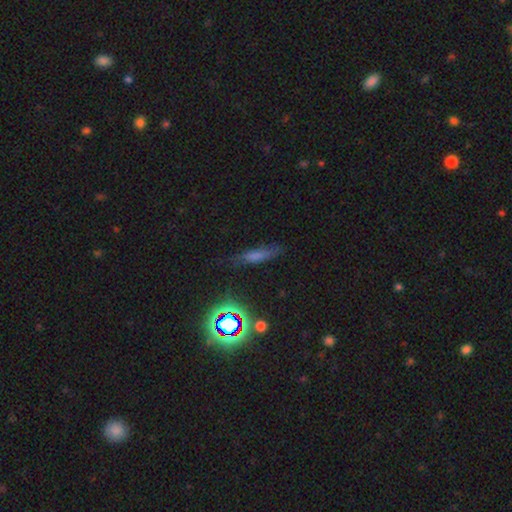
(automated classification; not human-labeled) Overall: smooth (47%; featured or disk 28%). Merging: none (68%).